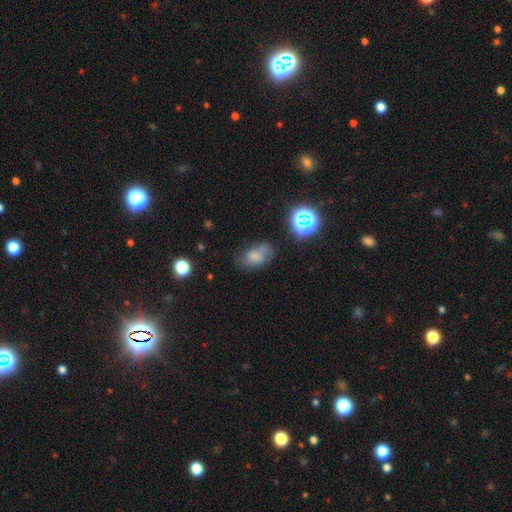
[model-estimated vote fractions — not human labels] Smooth or featured: smooth — 60% (featured or disk — 23%)
How rounded: in between — 82% (round — 17%)
Merging: none — 46% (minor disturbance — 28%)